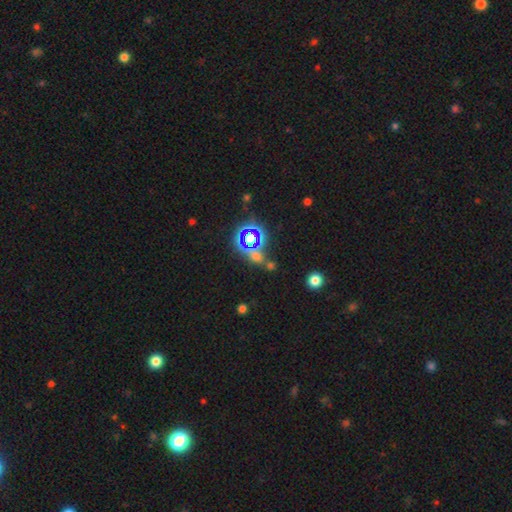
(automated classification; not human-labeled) Smooth or featured?
  - star or artifact: 56% *
  - smooth: 34%
  - featured or disk: 10%